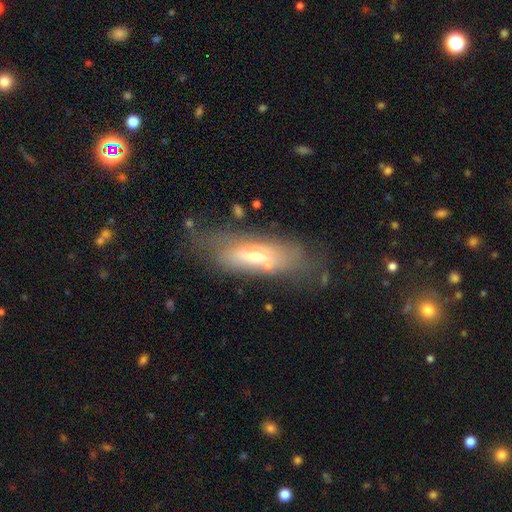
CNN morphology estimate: type=smooth (45%, tied with featured or disk); merging=none (57%).